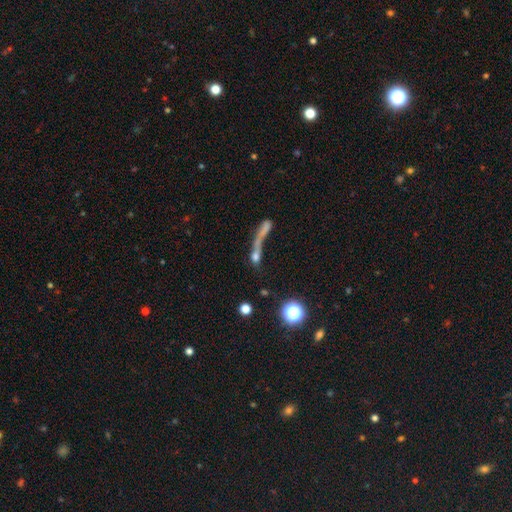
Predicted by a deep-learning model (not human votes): The model was most divided on "merging": merger: 40%, major disturbance: 27%, none: 23%, minor disturbance: 10%. Remaining: smooth or featured — smooth (49%).